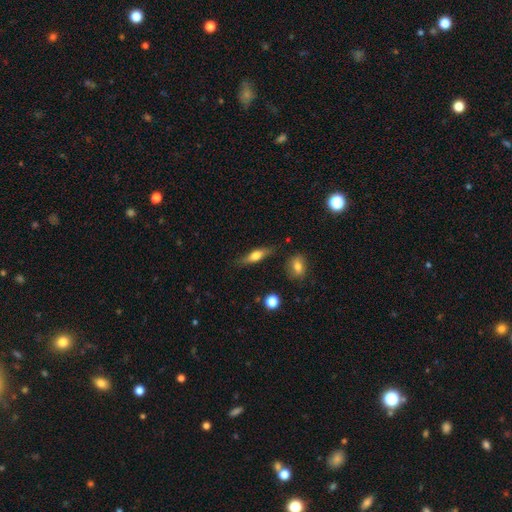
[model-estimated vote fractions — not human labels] This appears to be a smooth galaxy with no disk features (58%) that is cigar-shaped (50%). Merging: none (77%).